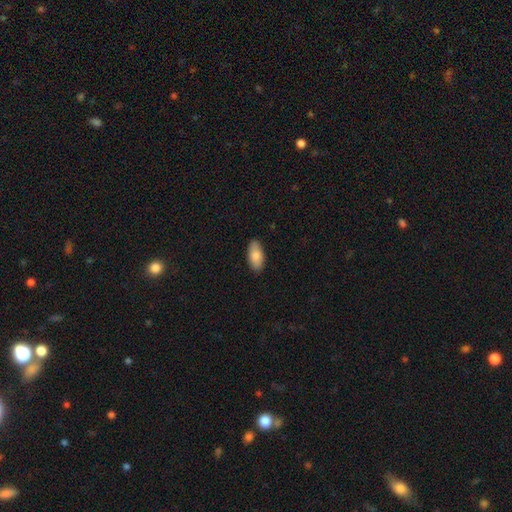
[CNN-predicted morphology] smooth 85%, featured or disk 9%, star or artifact 6%. Down the decision tree: how rounded — in between (92%); merging — none (86%).